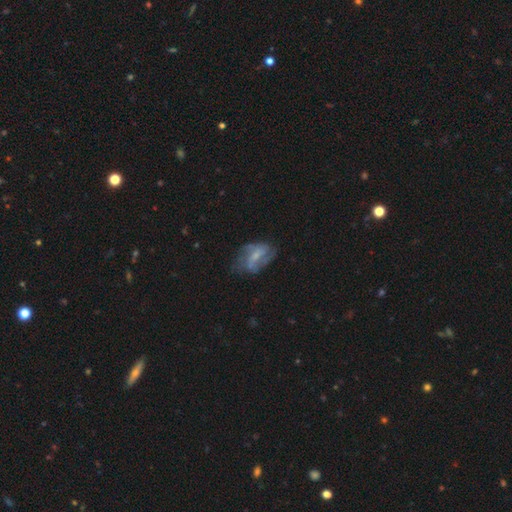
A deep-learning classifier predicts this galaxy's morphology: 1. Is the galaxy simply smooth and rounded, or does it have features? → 65% featured or disk, 27% smooth, 8% star or artifact.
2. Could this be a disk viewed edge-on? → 96% no, 4% yes.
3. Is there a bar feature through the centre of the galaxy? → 48% weak, 29% no, 23% strong.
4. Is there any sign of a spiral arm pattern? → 77% yes, 23% no.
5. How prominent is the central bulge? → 47% small, 27% moderate, 22% none, 3% large, 1% dominant.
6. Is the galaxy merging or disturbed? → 53% none, 27% minor disturbance, 18% major disturbance, 2% merger.